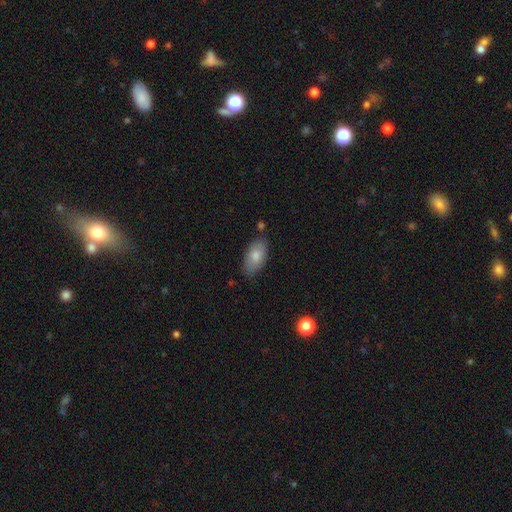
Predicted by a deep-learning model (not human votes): This is clearly a smooth galaxy (81%). How rounded: clearly in between (93%). Merging: likely none (76%).